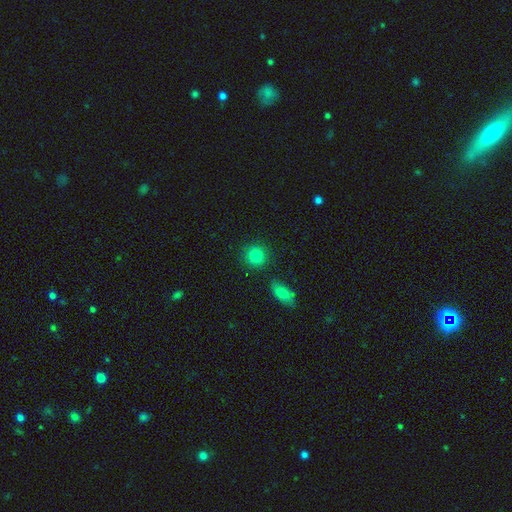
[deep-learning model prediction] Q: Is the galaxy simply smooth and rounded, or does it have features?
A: smooth — 83%.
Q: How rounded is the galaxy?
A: round — 89%.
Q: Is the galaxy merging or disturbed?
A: none — 84%.